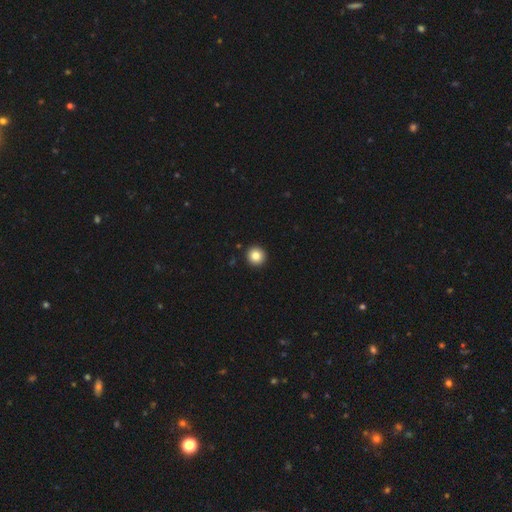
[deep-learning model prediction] A smooth galaxy with no disk features (85%) that is round (95%). Merging: none (93%).